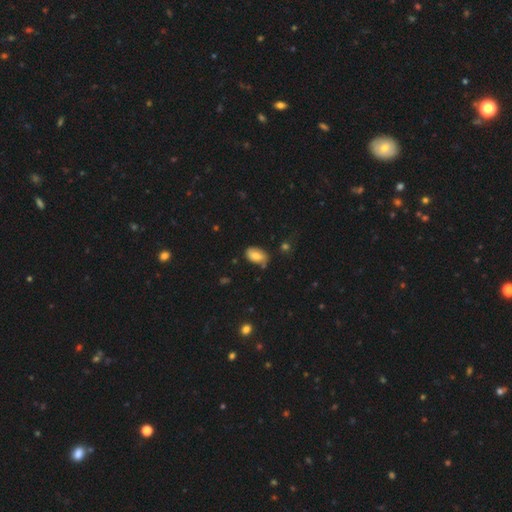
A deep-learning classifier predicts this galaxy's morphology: Overall: smooth (75%). How rounded: in between (90%). Merging: none (70%).